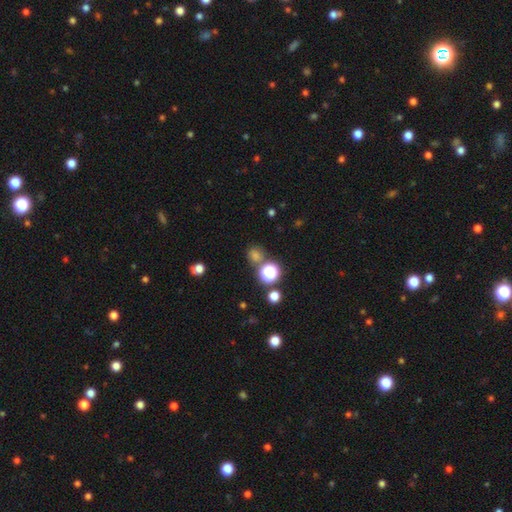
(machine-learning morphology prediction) Smooth or featured: smooth — 54% (star or artifact — 39%)
How rounded: round — 87% (in between — 12%)
Merging: none — 75% (merger — 14%)